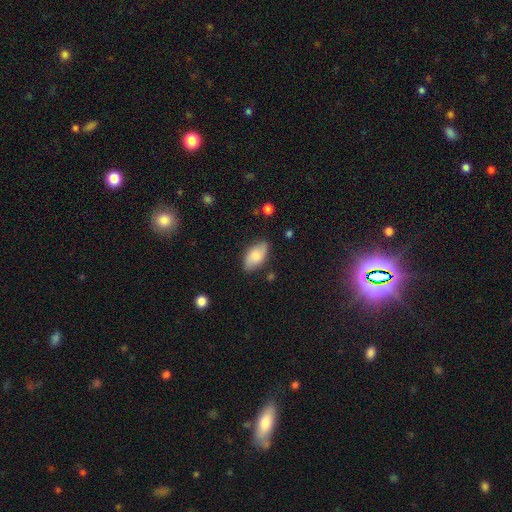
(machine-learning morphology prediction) Smooth or featured? Predicted: smooth (p=0.72). How rounded? Predicted: in between (p=0.93). Merging? Predicted: none (p=0.80).